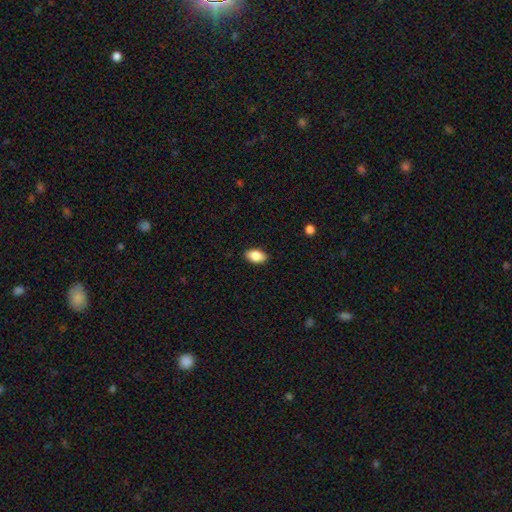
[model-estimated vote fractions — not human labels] A smooth galaxy with no disk features (85%) that is in between round and cigar-shaped (92%). Merging: none (89%).